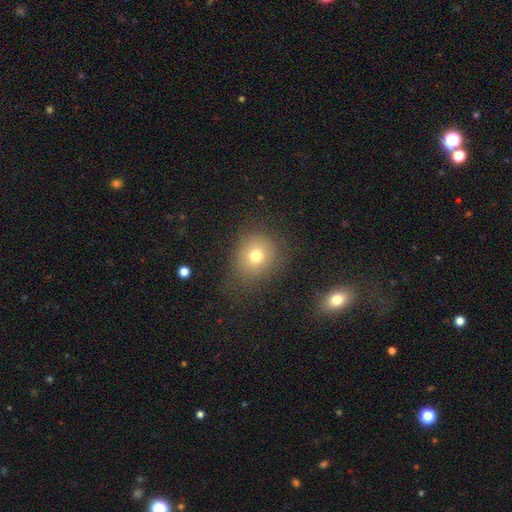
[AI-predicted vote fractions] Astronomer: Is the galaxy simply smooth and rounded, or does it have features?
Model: smooth — 72%.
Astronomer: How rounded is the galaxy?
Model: round — 75%.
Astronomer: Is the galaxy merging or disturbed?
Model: none — 73%.